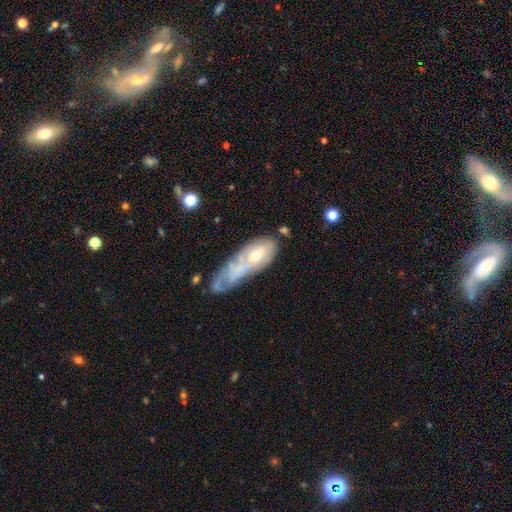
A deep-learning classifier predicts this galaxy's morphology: smooth-or-featured: featured or disk: 50% | smooth: 43% | star or artifact: 7%
  merging: major disturbance: 26% | merger: 25% | minor disturbance: 25% | none: 24%